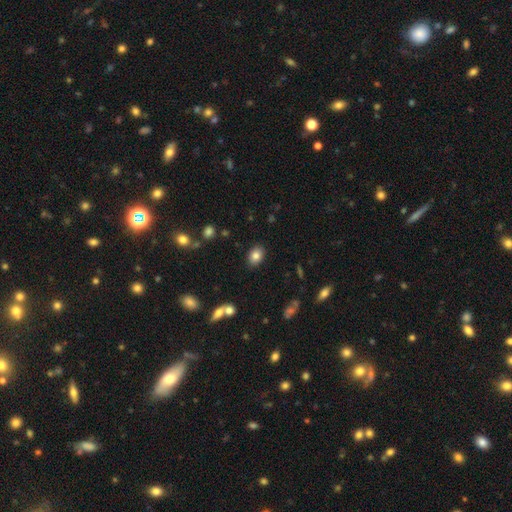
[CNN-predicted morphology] Overall: smooth (83%). How rounded: in between (74%). Merging: none (87%).